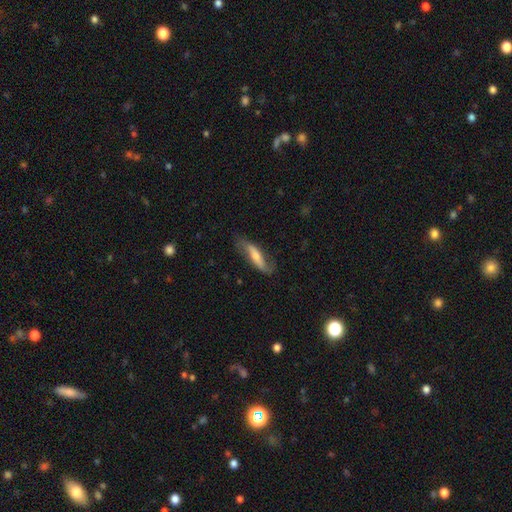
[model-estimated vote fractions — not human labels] smooth_or_featured: featured or disk (p=0.56) [alt: smooth p=0.37]
disk_edge_on: no (p=0.65) [alt: yes p=0.35]
merging: none (p=0.67) [alt: minor disturbance p=0.22]